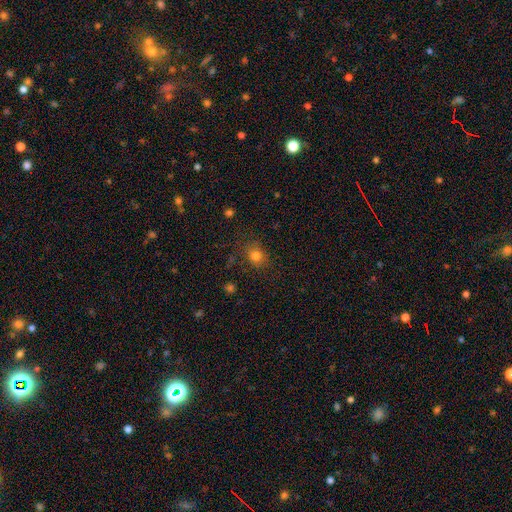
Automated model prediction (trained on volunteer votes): The model was most divided on "how rounded": round: 65%, in between: 34%, cigar-shaped: 1%. More confident: merging — none (79%); smooth or featured — smooth (79%).